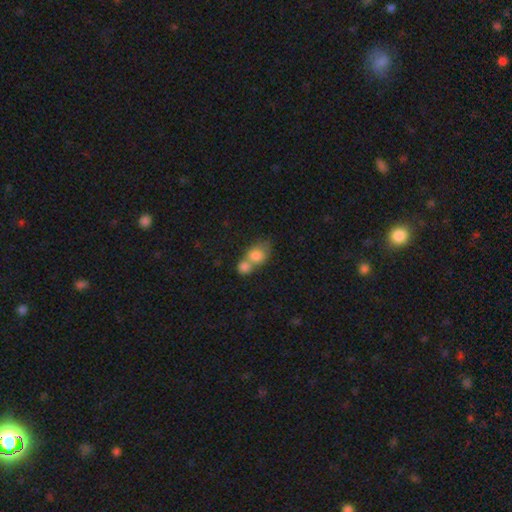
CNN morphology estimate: A smooth galaxy with no disk features (80%) that is round (52%).

Vote fractions:
- Smooth or featured? smooth: 80% / featured or disk: 12% / star or artifact: 8%
- How rounded? round: 52% / in between: 47% / cigar-shaped: 2%
- Merging? merger: 69% / none: 20% / minor disturbance: 7% / major disturbance: 4%